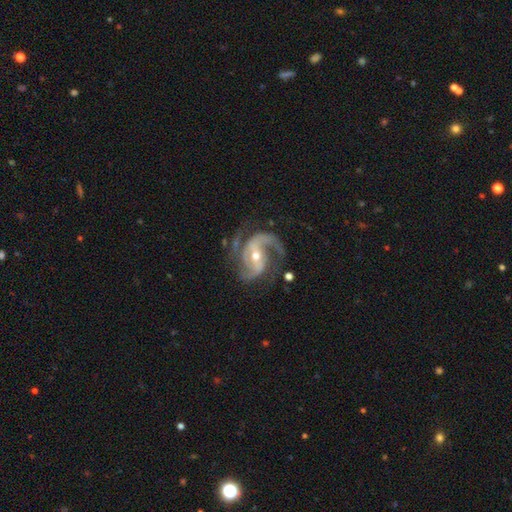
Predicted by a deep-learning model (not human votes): Smooth or featured? featured or disk (92%)
Edge-on disk? no (98%)
Bar? weak (38%)
Spiral arms? yes (98%)
Spiral winding? medium (58%)
Spiral arm count? 2 (65%)
Bulge size? moderate (54%)
Merging? none (66%)